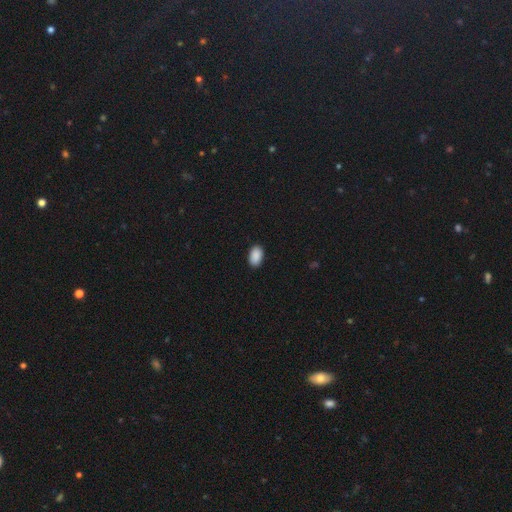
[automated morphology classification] Smooth or featured: smooth — 90% (star or artifact — 7%)
How rounded: in between — 92% (round — 7%)
Merging: none — 90% (minor disturbance — 8%)